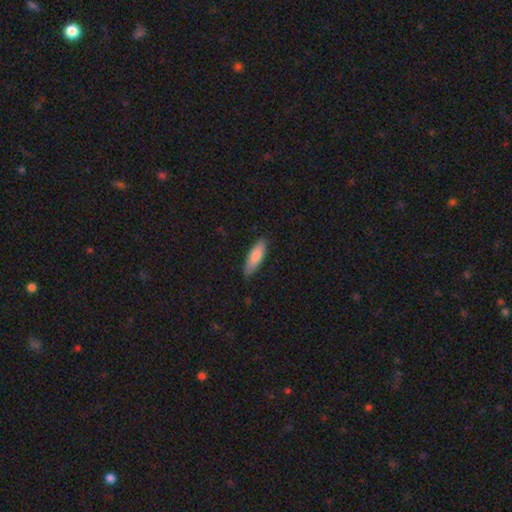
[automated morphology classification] type=smooth (81%); roundness=cigar-shaped (50%); merging=none (86%).